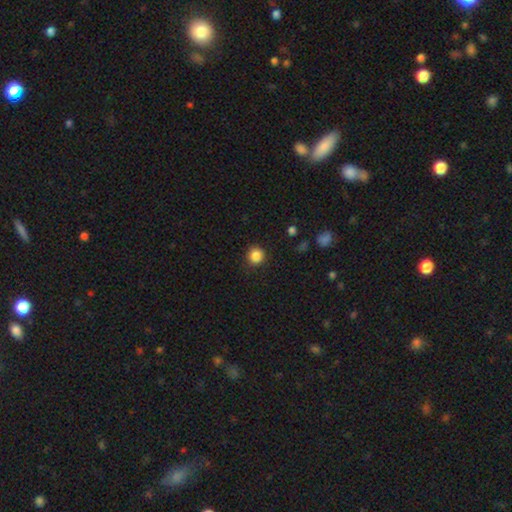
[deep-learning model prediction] This appears to be a smooth galaxy with no disk features (86%) that is round (91%). Merging: none (89%).